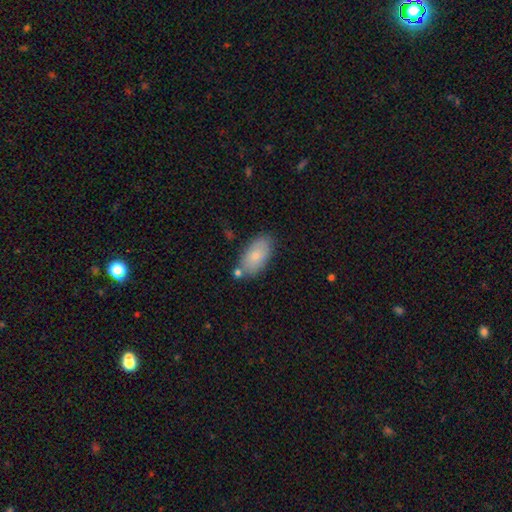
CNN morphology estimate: smooth_or_featured: smooth (p=0.79) [alt: featured or disk p=0.14]
how_rounded: in between (p=0.93) [alt: cigar-shaped p=0.04]
merging: none (p=0.75) [alt: minor disturbance p=0.15]